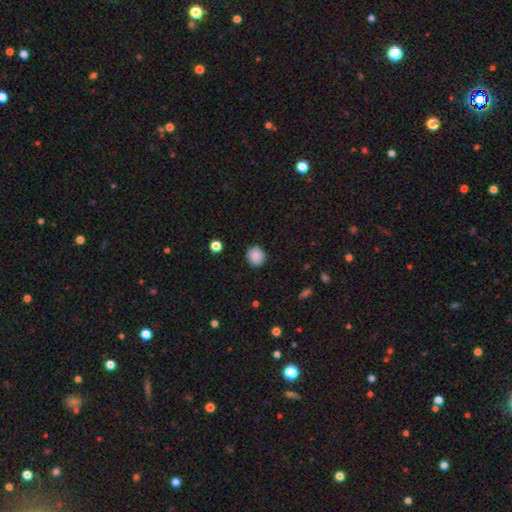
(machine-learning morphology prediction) This is clearly a smooth galaxy (87%). How rounded: clearly round (83%). Merging: clearly none (87%).